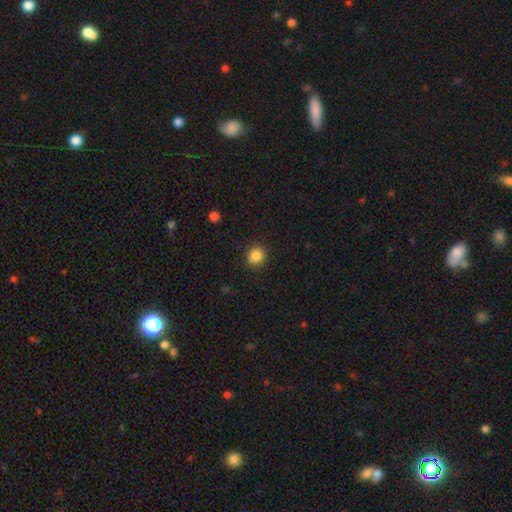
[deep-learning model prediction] The model was most divided on "how rounded": round: 86%, in between: 13%, cigar-shaped: 1%. More confident: merging — none (90%); smooth or featured — smooth (86%).